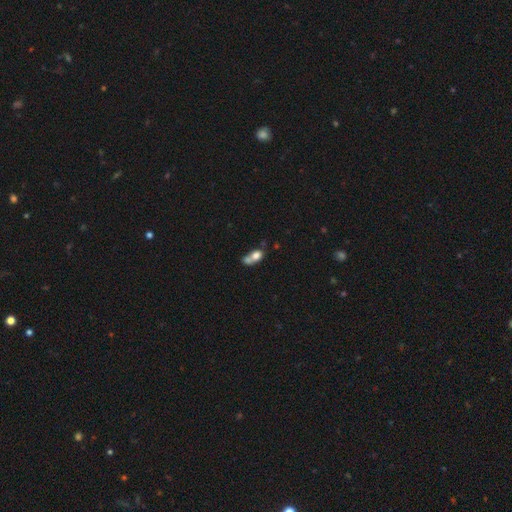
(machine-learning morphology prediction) Smooth or featured? smooth (71%)
How rounded? in between (61%)
Merging? merger (61%)